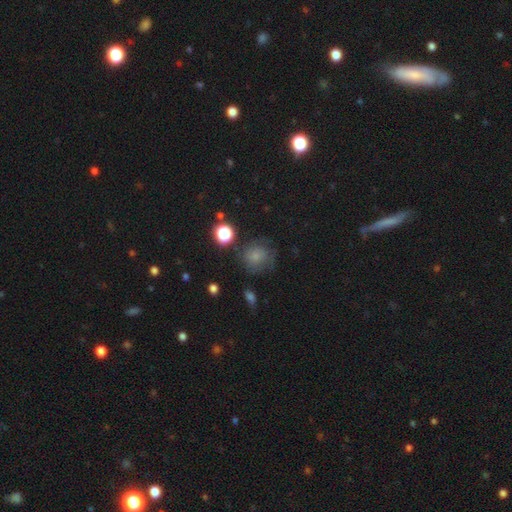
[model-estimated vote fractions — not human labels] Smooth or featured: smooth — 67% (featured or disk — 17%)
How rounded: round — 83% (in between — 16%)
Merging: none — 60% (minor disturbance — 23%)